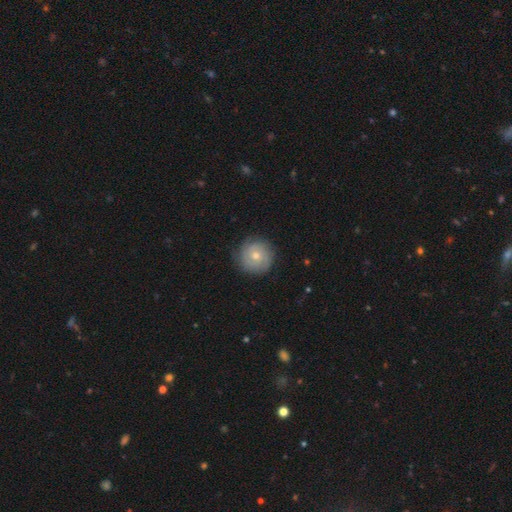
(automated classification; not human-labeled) A featured or disk galaxy (51%). Merging: none (84%).